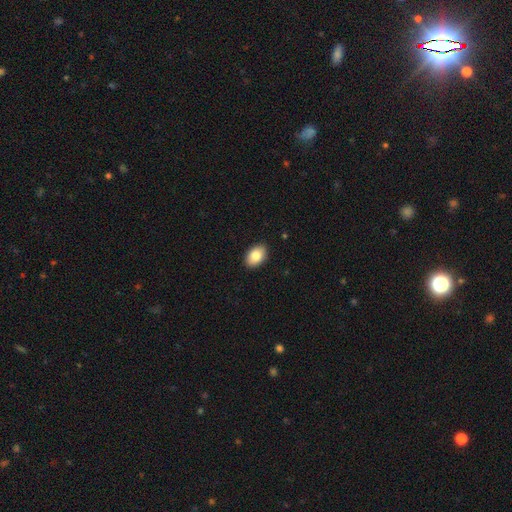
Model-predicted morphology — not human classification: This appears to be a smooth galaxy with no disk features (85%) that is in between round and cigar-shaped (89%). Merging: none (90%).